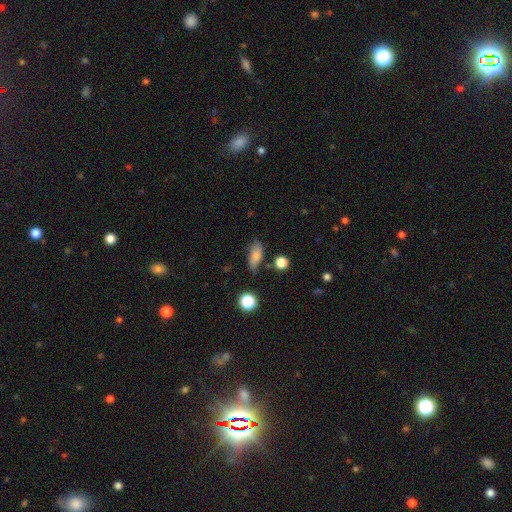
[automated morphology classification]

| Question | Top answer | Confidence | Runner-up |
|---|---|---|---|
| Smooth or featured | smooth | 77% | featured or disk (12%) |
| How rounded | in between | 77% | cigar-shaped (16%) |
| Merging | none | 64% | minor disturbance (25%) |